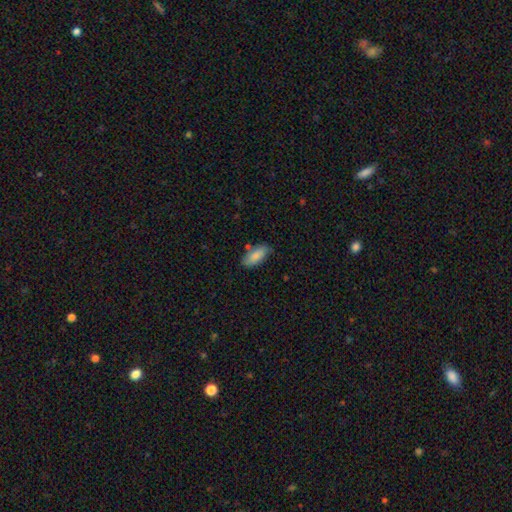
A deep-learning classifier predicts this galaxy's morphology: smooth_or_featured: smooth (p=0.84) [alt: featured or disk p=0.10]
how_rounded: in between (p=0.84) [alt: cigar-shaped p=0.14]
merging: none (p=0.71) [alt: minor disturbance p=0.20]